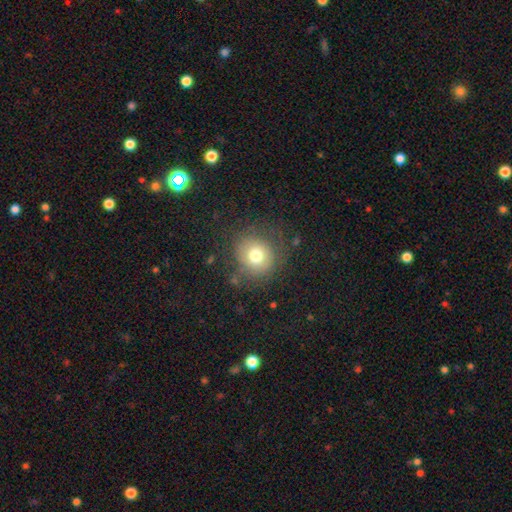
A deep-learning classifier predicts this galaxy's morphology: type=smooth (72%); roundness=round (87%); merging=none (74%).